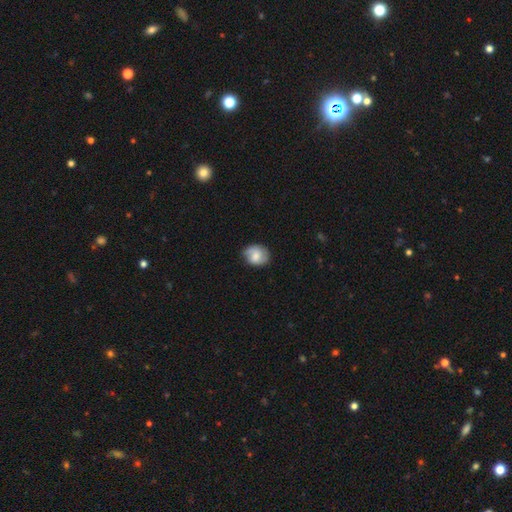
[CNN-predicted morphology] Smooth or featured? smooth (63%)
How rounded? round (59%)
Merging? none (68%)